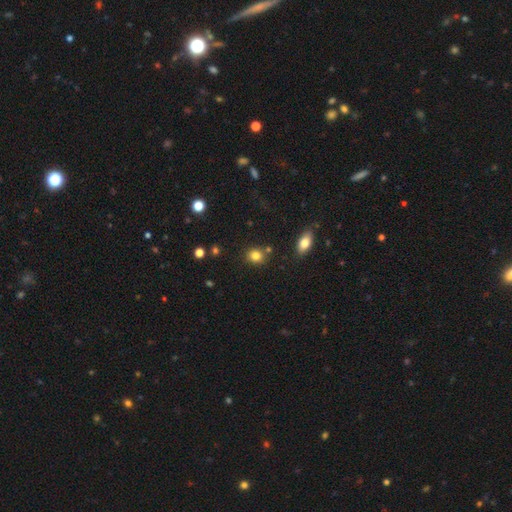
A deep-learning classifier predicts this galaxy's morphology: This appears to be a smooth galaxy with no disk features (83%) that is round (72%). Merging: none (80%).